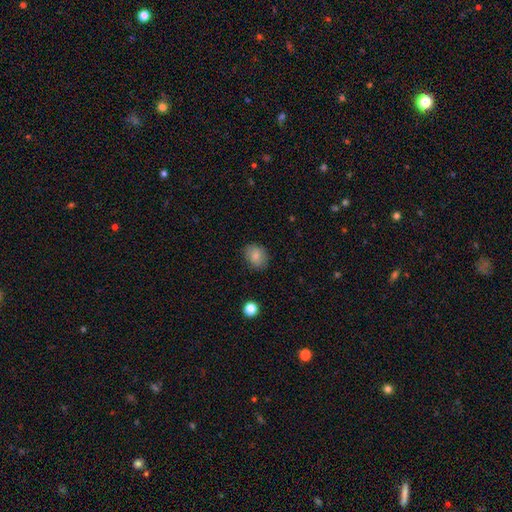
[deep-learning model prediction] smooth 82%, featured or disk 9%, star or artifact 9%. Down the decision tree: how rounded — in between (55%); merging — none (82%).